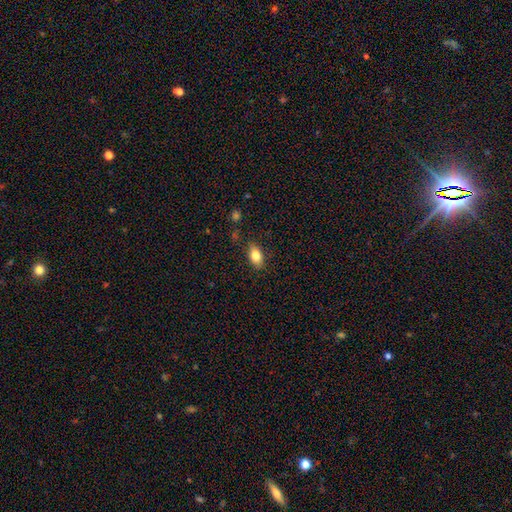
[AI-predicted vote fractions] Overall: smooth (81%). How rounded: in between (88%). Merging: none (83%).